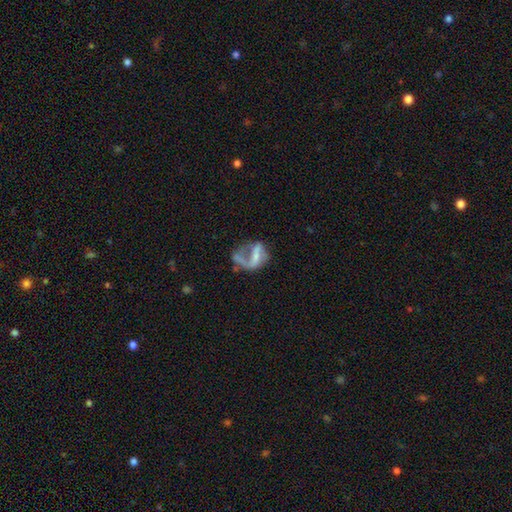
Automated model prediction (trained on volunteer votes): A featured or disk galaxy (66%) with no bar (35%), spiral arms (61%) and no central bulge (41%).

Vote fractions:
- Smooth or featured? featured or disk: 66% / smooth: 24% / star or artifact: 10%
- Edge-on disk? no: 97% / yes: 3%
- Bar? no: 35% / weak: 34% / strong: 31%
- Spiral arms? yes: 61% / no: 39%
- Bulge size? none: 41% / small: 38% / moderate: 17% / large: 3% / dominant: 1%
- Merging? major disturbance: 44% / none: 30% / minor disturbance: 18% / merger: 8%